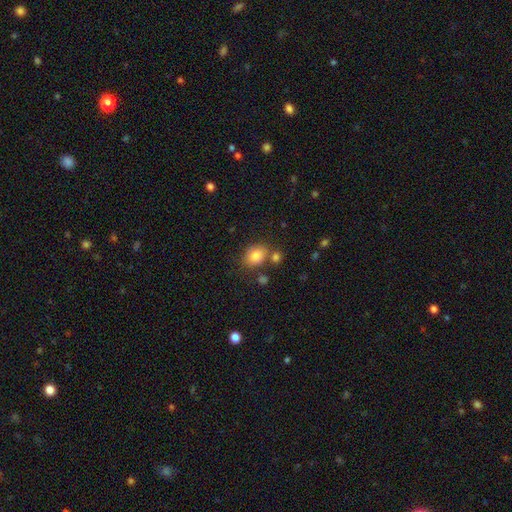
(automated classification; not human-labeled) Smooth or featured: smooth — 82% (star or artifact — 10%)
How rounded: round — 51% (in between — 48%)
Merging: none — 70% (minor disturbance — 14%)